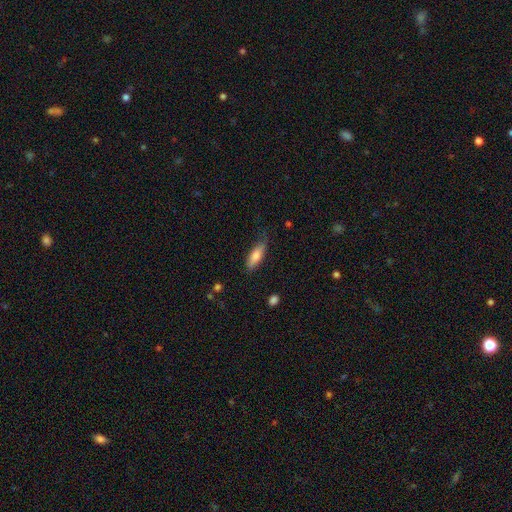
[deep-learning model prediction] Morphology: type=smooth (77%); roundness=in between (53%); merging=none (74%).